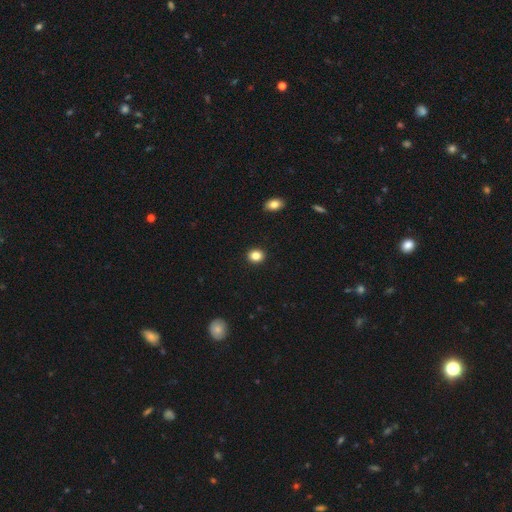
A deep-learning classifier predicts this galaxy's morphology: This is clearly a smooth galaxy (85%). How rounded: likely round (74%). Merging: clearly none (92%).